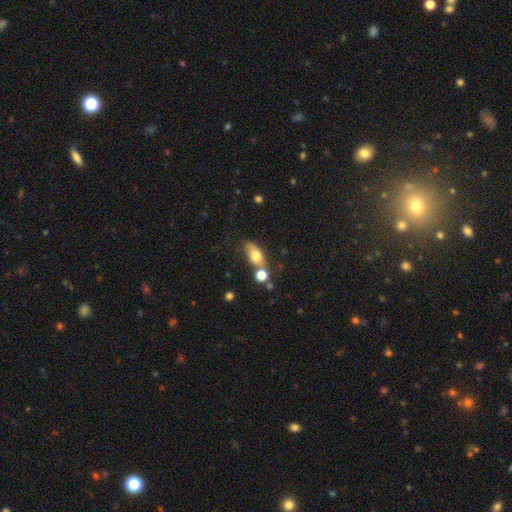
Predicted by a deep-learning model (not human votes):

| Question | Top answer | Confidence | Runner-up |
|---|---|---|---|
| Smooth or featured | smooth | 74% | featured or disk (17%) |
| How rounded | in between | 79% | round (11%) |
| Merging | none | 55% | merger (21%) |